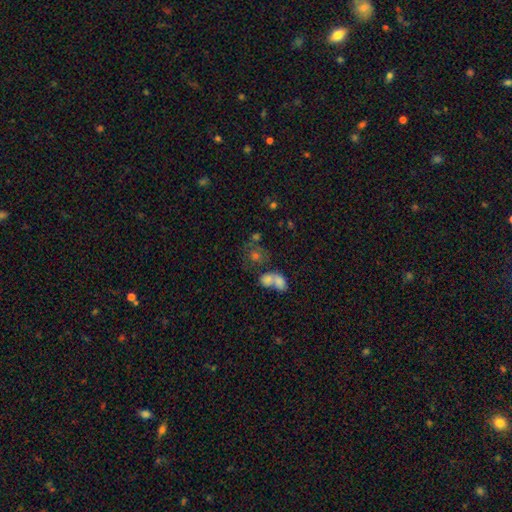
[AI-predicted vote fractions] smooth 56%, featured or disk 22%, star or artifact 22%. Down the decision tree: how rounded — round (69%); merging — merger (48%).